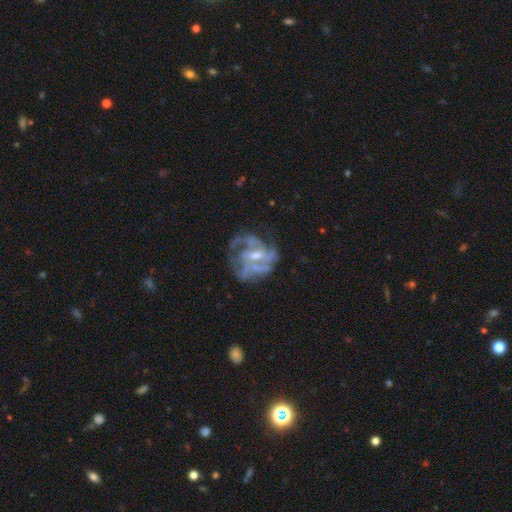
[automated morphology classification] A featured or disk galaxy (78%) with no bar (48%), medium (43%) spiral arms (70%) and a small central bulge (45%).

Vote fractions:
- Smooth or featured? featured or disk: 78% / smooth: 12% / star or artifact: 10%
- Edge-on disk? no: 97% / yes: 3%
- Bar? no: 48% / weak: 40% / strong: 12%
- Spiral arms? yes: 70% / no: 30%
- Spiral winding? medium: 43% / tight: 34% / loose: 24%
- Spiral arm count? can't tell: 39% / 3: 24% / 2: 14% / 4: 13% / 1: 5% / more than 4: 5%
- Bulge size? small: 45% / moderate: 43% / none: 9% / large: 2% / dominant: 1%
- Merging? none: 48% / major disturbance: 28% / minor disturbance: 20% / merger: 4%